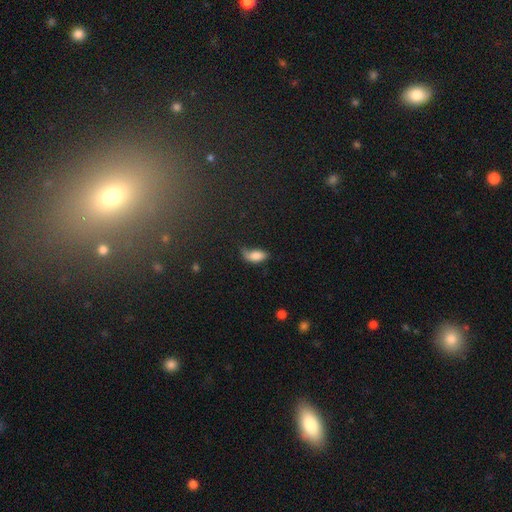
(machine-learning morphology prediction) A smooth galaxy with no disk features (79%) that is in between round and cigar-shaped (88%). Merging: minor disturbance (39%).